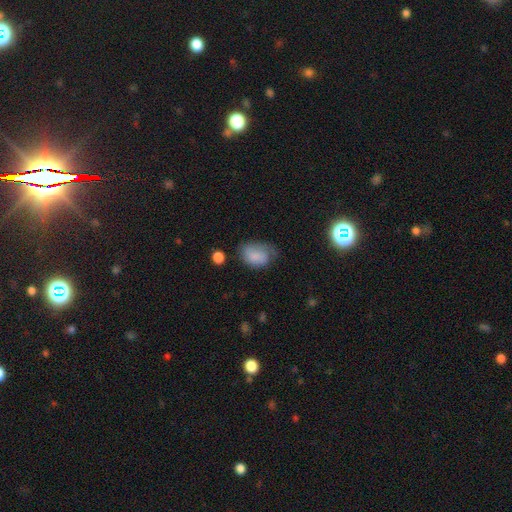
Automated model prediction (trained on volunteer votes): smooth-or-featured: smooth: 74% | featured or disk: 18% | star or artifact: 8%
  how-rounded: in between: 81% | round: 18% | cigar-shaped: 1%
  merging: none: 46% | minor disturbance: 34% | major disturbance: 17% | merger: 3%